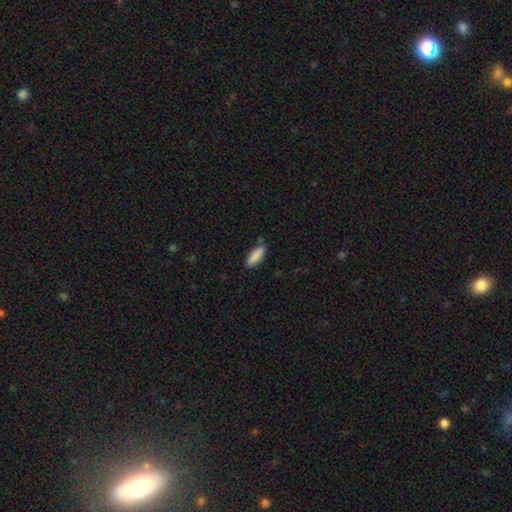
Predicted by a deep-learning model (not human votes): The model was most divided on "how rounded": in between: 54%, cigar-shaped: 45%, round: 2%. More confident: smooth or featured — smooth (88%); merging — none (81%).